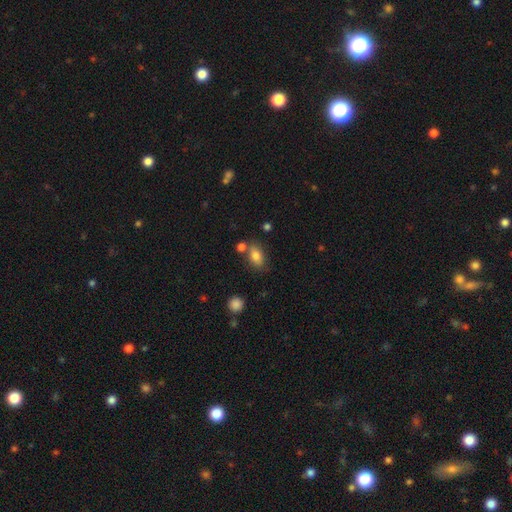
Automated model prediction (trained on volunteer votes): A smooth galaxy with no disk features (81%) that is in between round and cigar-shaped (86%).

Vote fractions:
- Smooth or featured? smooth: 81% / featured or disk: 10% / star or artifact: 9%
- How rounded? in between: 86% / round: 11% / cigar-shaped: 3%
- Merging? none: 67% / merger: 15% / minor disturbance: 14% / major disturbance: 4%